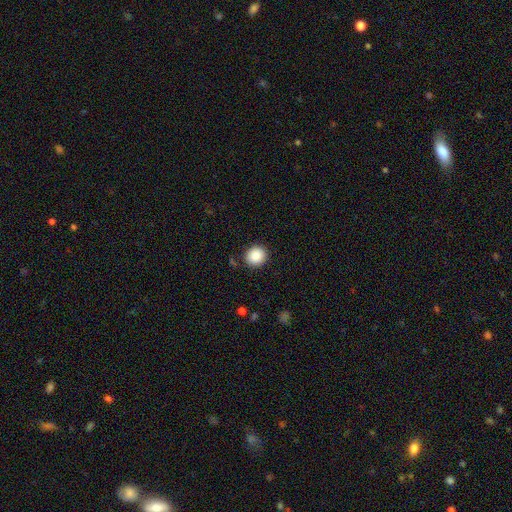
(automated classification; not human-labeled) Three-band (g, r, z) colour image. It shows a smooth galaxy with no disk features (88%) that is round (88%). Merging: none (87%).